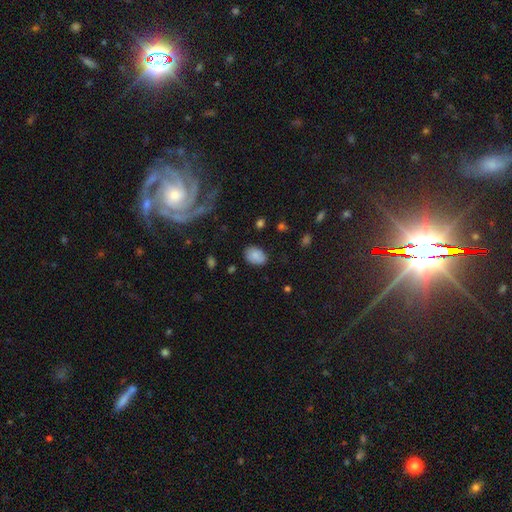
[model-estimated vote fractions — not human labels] This appears to be a smooth galaxy with no disk features (83%) that is in between round and cigar-shaped (80%). Merging: none (80%).